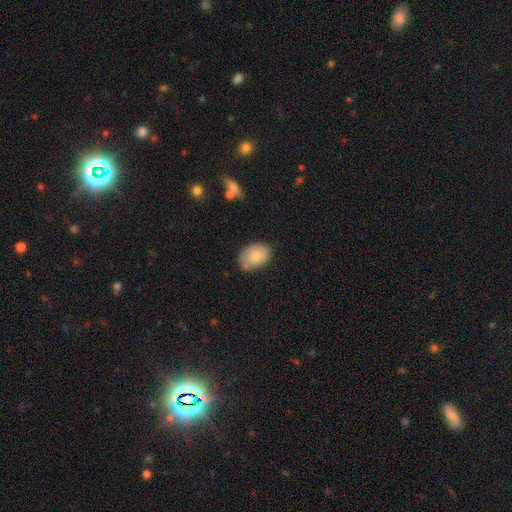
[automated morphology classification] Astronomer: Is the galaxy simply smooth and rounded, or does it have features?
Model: smooth — 77%.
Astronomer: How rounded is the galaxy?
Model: in between — 76%.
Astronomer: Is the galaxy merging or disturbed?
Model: none — 64%.